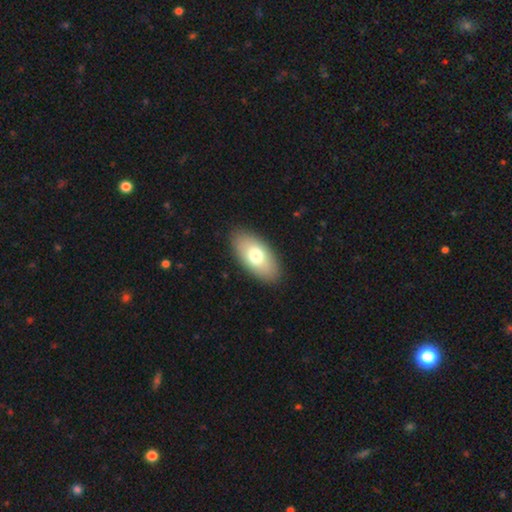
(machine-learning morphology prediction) Q: Smooth or featured?
A: smooth (73%); runner-up: featured or disk (20%)
Q: How rounded?
A: in between (93%); runner-up: cigar-shaped (4%)
Q: Merging?
A: none (88%); runner-up: minor disturbance (8%)